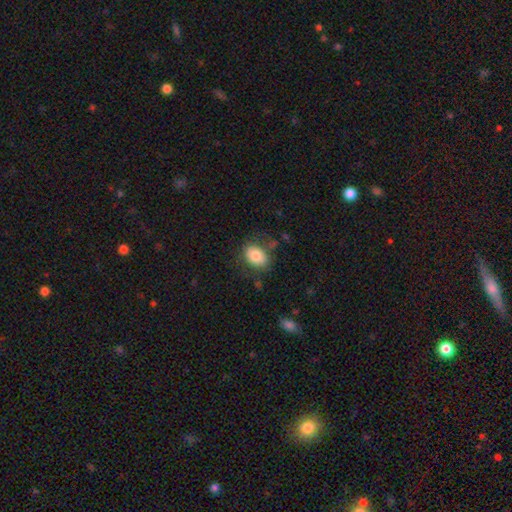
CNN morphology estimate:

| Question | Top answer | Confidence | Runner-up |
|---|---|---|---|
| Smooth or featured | smooth | 81% | featured or disk (12%) |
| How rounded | in between | 79% | round (20%) |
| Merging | none | 73% | minor disturbance (18%) |